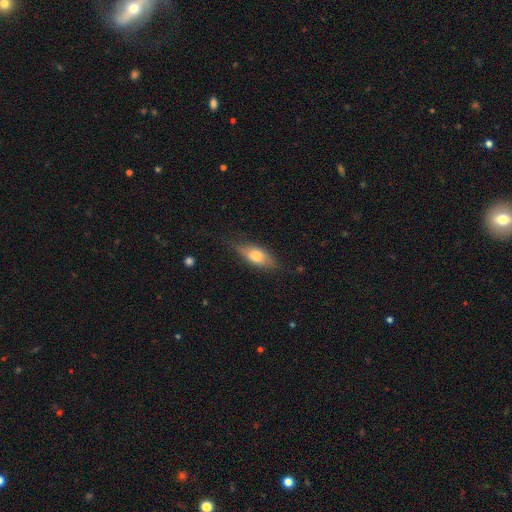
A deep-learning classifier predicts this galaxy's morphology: Smooth or featured? Predicted: smooth (p=0.68). How rounded? Predicted: in between (p=0.76). Merging? Predicted: none (p=0.75).